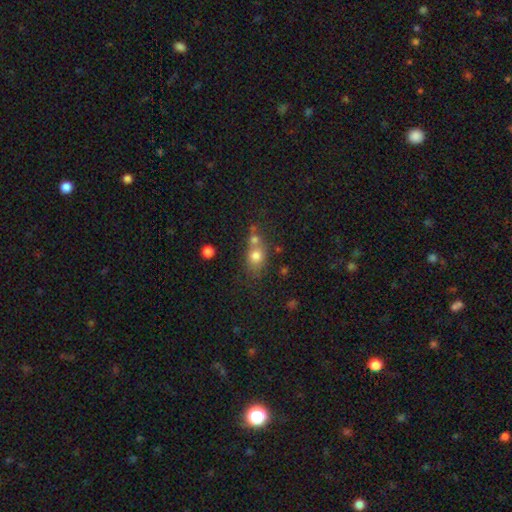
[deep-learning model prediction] smooth 75%, featured or disk 13%, star or artifact 12%. Down the decision tree: how rounded — round (52%); merging — none (41%, tied with merger).